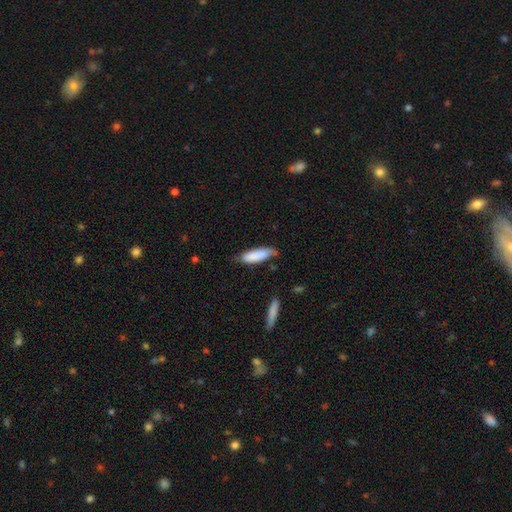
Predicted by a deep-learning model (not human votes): Smooth or featured?
  - smooth: 84% *
  - featured or disk: 11%
  - star or artifact: 6%
How rounded?
  - in between: 52% *
  - cigar-shaped: 47%
  - round: 1%
Merging?
  - none: 56% *
  - minor disturbance: 34%
  - major disturbance: 7%
  - merger: 3%